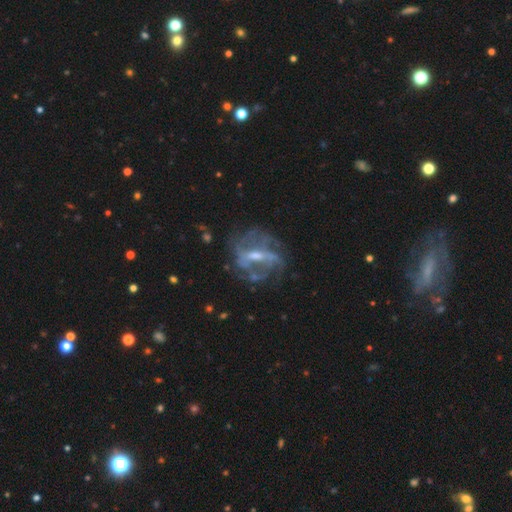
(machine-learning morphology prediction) Smooth or featured? featured or disk (82%)
Edge-on disk? no (93%)
Bar? strong (48%)
Spiral arms? yes (79%)
Spiral winding? medium (42%)
Spiral arm count? can't tell (35%)
Bulge size? moderate (48%)
Merging? none (62%)